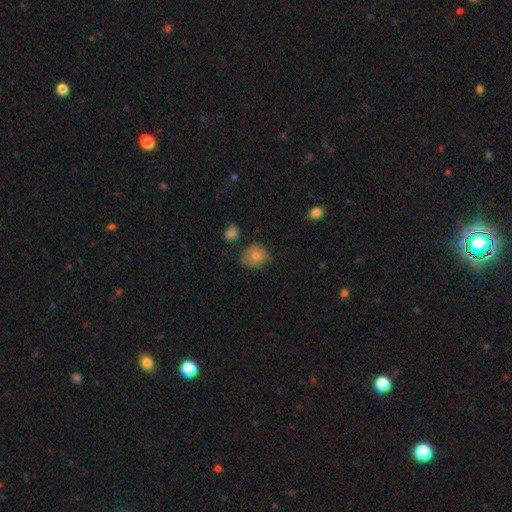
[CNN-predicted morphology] Smooth or featured? smooth (77%)
How rounded? round (67%)
Merging? none (61%)